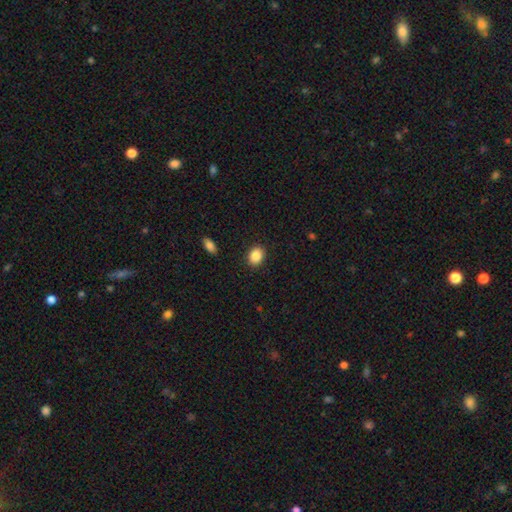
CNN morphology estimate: The model was most divided on "how rounded": in between: 63%, round: 36%, cigar-shaped: 1%. More confident: merging — none (89%); smooth or featured — smooth (87%).